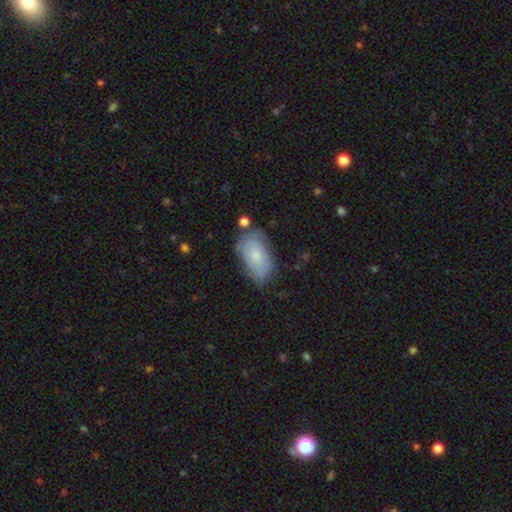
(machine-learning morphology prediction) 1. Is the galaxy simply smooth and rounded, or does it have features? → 71% smooth, 23% featured or disk, 7% star or artifact.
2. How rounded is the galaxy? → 93% in between, 4% round, 3% cigar-shaped.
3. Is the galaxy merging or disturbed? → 57% none, 30% minor disturbance, 8% major disturbance, 5% merger.